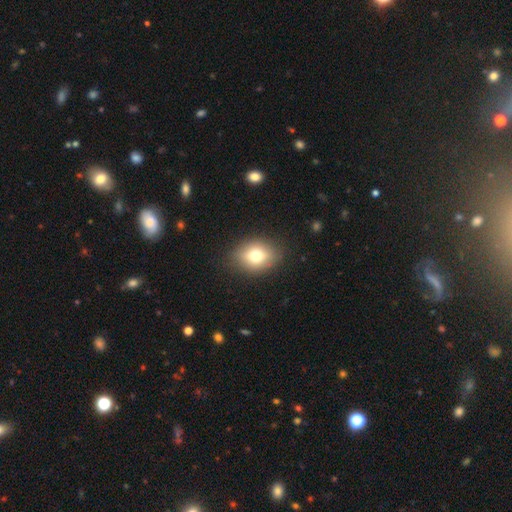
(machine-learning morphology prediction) Smooth or featured: smooth — 71% (featured or disk — 19%)
How rounded: in between — 64% (round — 34%)
Merging: none — 85% (minor disturbance — 11%)